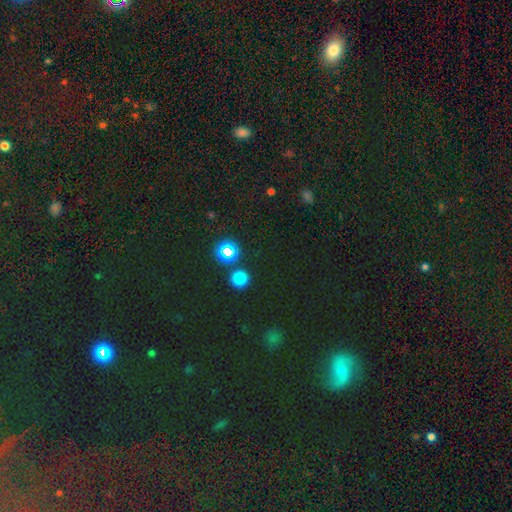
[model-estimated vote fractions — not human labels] smooth-or-featured: star or artifact: 68% | smooth: 23% | featured or disk: 9%